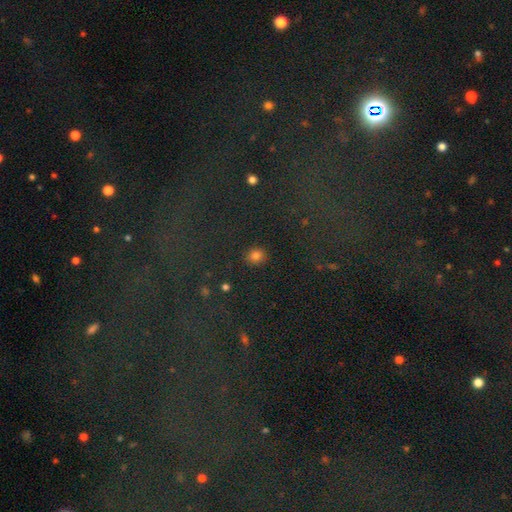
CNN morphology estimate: type=smooth (79%); roundness=round (81%); merging=none (90%).